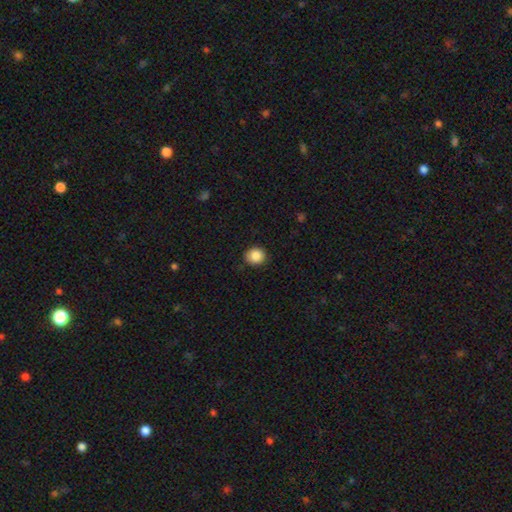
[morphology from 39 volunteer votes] A smooth galaxy with no disk features (90%) that is round (86%). Merging: none (89%).